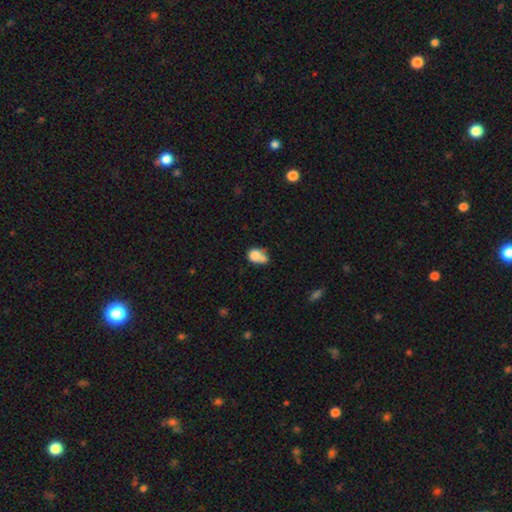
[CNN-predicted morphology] Smooth or featured?
  - smooth: 75% *
  - featured or disk: 15%
  - star or artifact: 10%
How rounded?
  - in between: 53% *
  - round: 45%
  - cigar-shaped: 2%
Merging?
  - merger: 40% *
  - none: 30%
  - minor disturbance: 20%
  - major disturbance: 10%